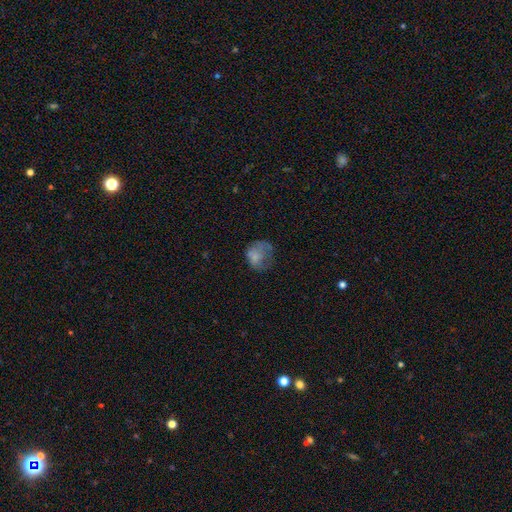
A smooth galaxy with no disk features (69%) that is round (74%).

Vote fractions:
- Smooth or featured? smooth: 69% / featured or disk: 28% / star or artifact: 3%
- How rounded? round: 74% / in between: 26% / cigar-shaped: 0%
- Merging? none: 55% / major disturbance: 26% / minor disturbance: 16% / merger: 3%